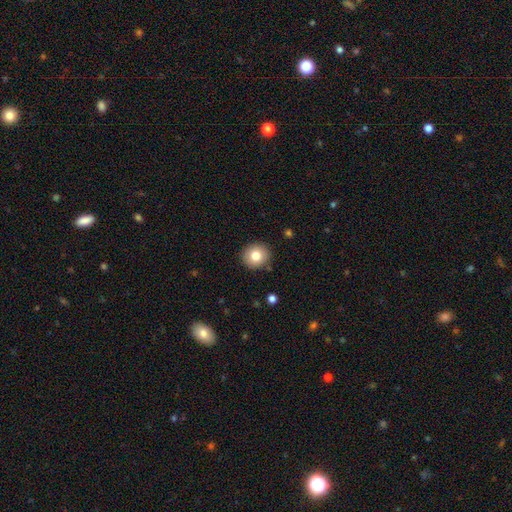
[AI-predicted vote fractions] Overall: smooth (80%). How rounded: round (90%). Merging: none (90%).